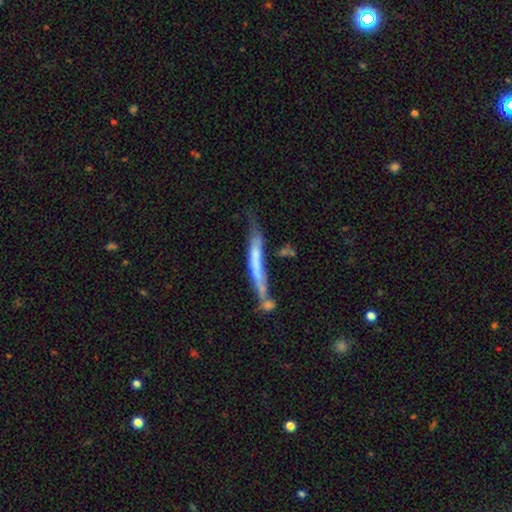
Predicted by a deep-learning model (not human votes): Morphology: type=featured or disk (50%); merging=none (37%).